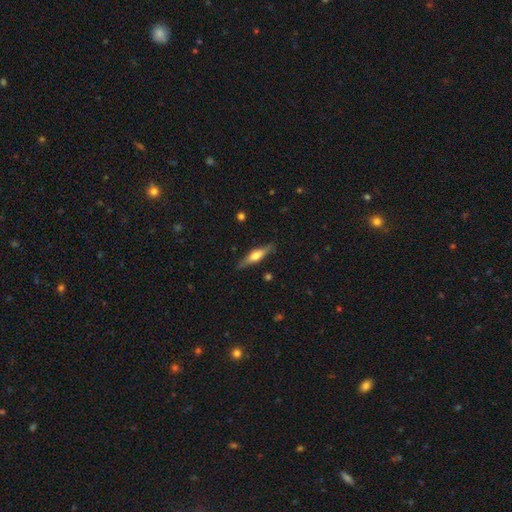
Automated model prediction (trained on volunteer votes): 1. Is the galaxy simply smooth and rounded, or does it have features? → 55% featured or disk, 39% smooth, 6% star or artifact.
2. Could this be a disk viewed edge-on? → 92% yes, 8% no.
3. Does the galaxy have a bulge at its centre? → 90% rounded, 6% boxy, 4% none.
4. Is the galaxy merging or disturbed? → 87% none, 10% minor disturbance, 2% major disturbance, 1% merger.